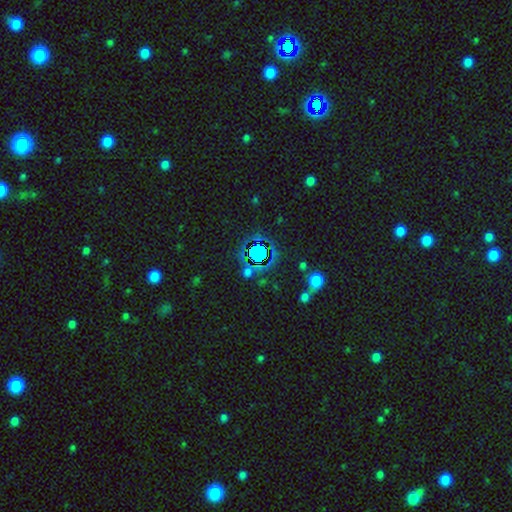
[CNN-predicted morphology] type=star or artifact (63%).